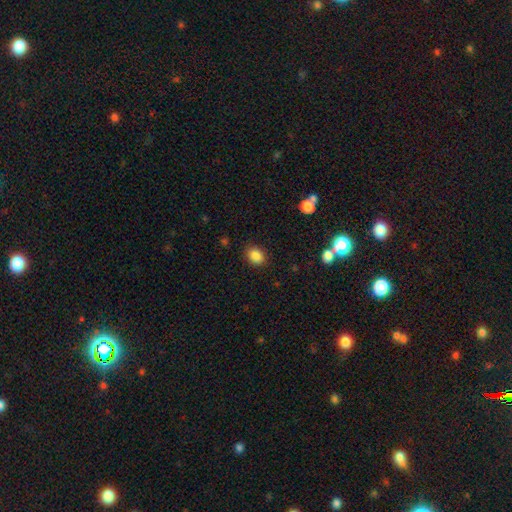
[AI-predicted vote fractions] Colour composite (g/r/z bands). It shows a smooth galaxy with no disk features (87%) that is in between round and cigar-shaped (55%). Merging: none (87%).